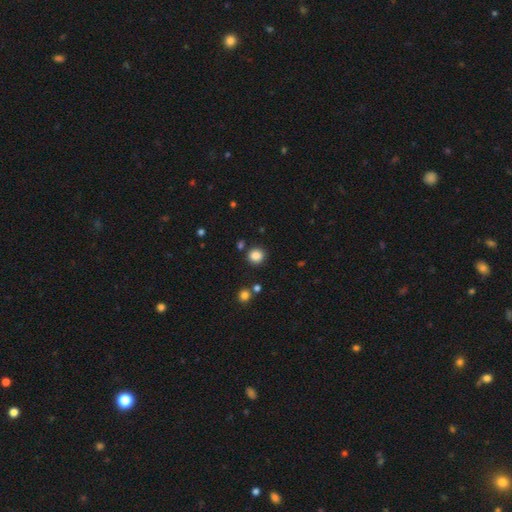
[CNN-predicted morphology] Smooth or featured? Predicted: smooth (p=0.85). How rounded? Predicted: round (p=0.86). Merging? Predicted: none (p=0.85).